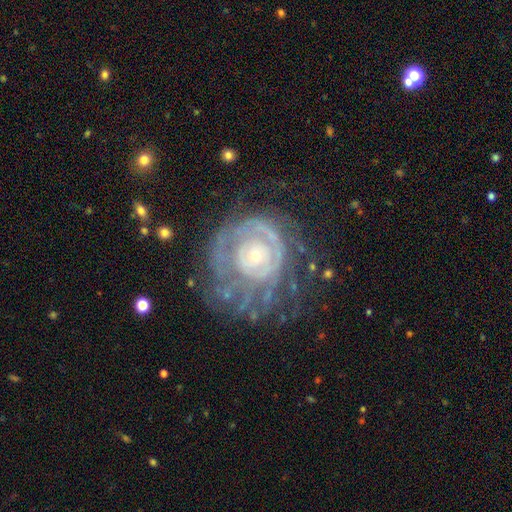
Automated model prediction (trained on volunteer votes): Smooth or featured? Predicted: featured or disk (p=0.81). Edge-on disk? Predicted: no (p=0.97). Bar? Predicted: no (p=0.83). Spiral arms? Predicted: yes (p=0.78). Spiral winding? Predicted: tight (p=0.76). Spiral arm count? Predicted: can't tell (p=0.51). Bulge size? Predicted: small (p=0.74). Merging? Predicted: none (p=0.54).